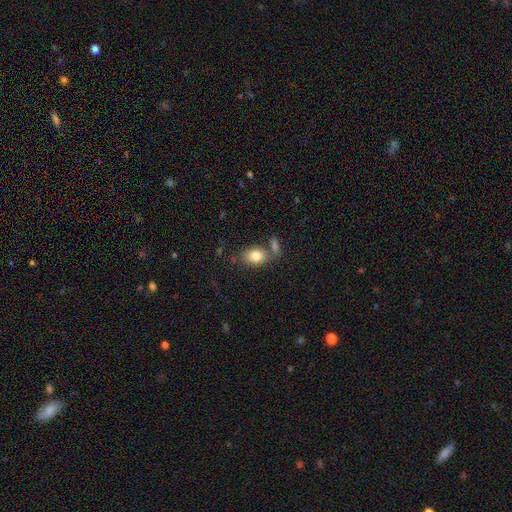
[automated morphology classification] smooth 80%, featured or disk 11%, star or artifact 8%. Down the decision tree: how rounded — in between (79%); merging — none (61%).